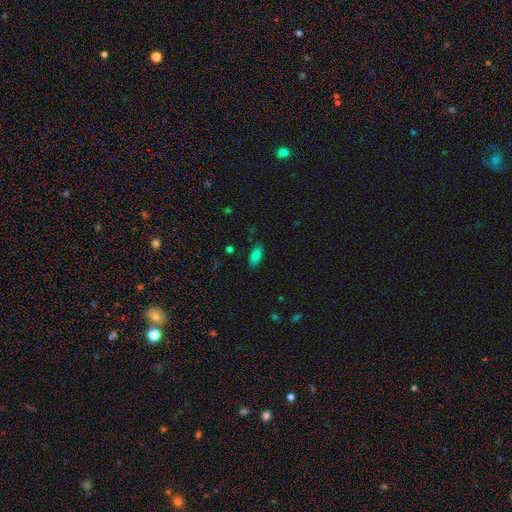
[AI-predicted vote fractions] A smooth galaxy with no disk features (81%) that is in between round and cigar-shaped (84%). Merging: none (83%).